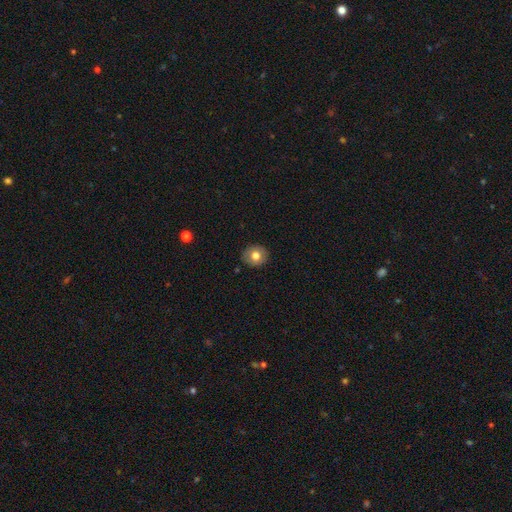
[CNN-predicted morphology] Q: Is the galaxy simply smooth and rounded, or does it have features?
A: smooth — 76%.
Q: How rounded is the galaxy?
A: round — 78%.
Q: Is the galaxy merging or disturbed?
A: none — 89%.